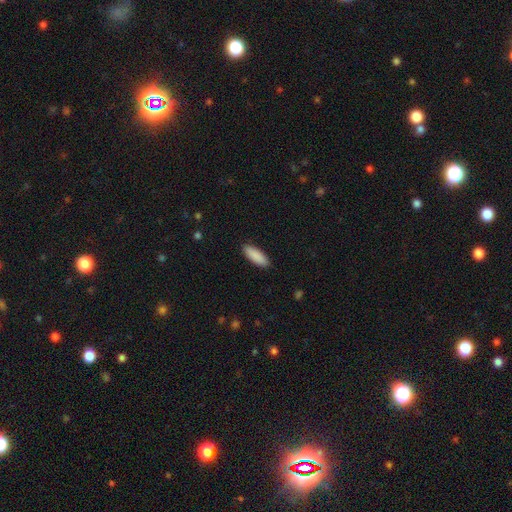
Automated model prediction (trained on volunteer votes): Overall: smooth (90%). How rounded: in between (64%; cigar-shaped 35%). Merging: none (90%).